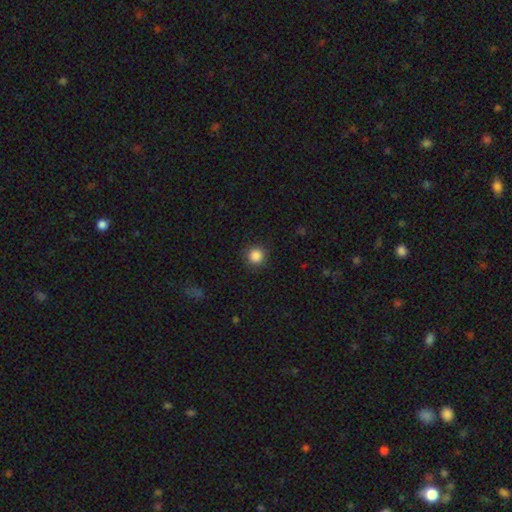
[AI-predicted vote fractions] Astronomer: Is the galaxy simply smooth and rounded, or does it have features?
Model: smooth — 87%.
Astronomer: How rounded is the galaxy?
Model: round — 95%.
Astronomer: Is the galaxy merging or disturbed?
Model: none — 90%.